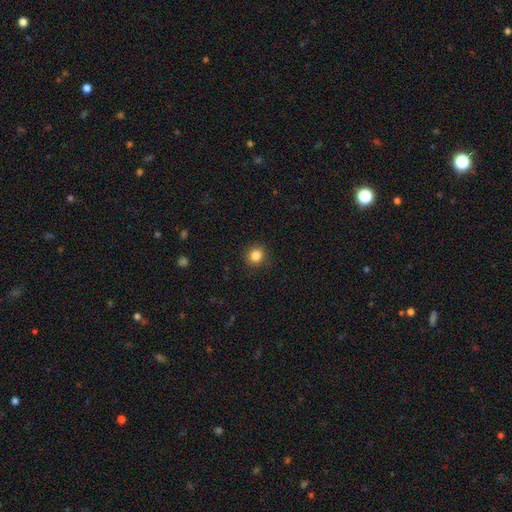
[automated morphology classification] This appears to be a smooth galaxy with no disk features (85%) that is round (89%). Merging: none (90%).